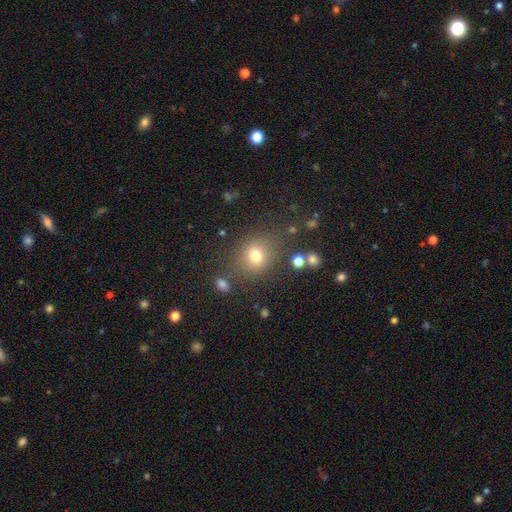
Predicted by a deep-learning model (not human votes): A smooth galaxy with no disk features (75%) that is round (68%). Merging: none (75%).